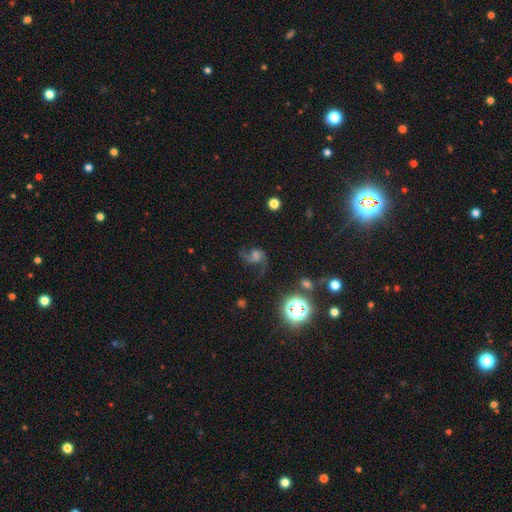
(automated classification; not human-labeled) The model was most divided on "bulge size": moderate: 31%, small: 26%, none: 26%, large: 14%, dominant: 4%. More confident: edge-on disk — no (98%); spiral arms — yes (93%); spiral arm count — 2 (77%); smooth or featured — featured or disk (67%); bar — no (60%); spiral winding — loose (58%); merging — none (53%).